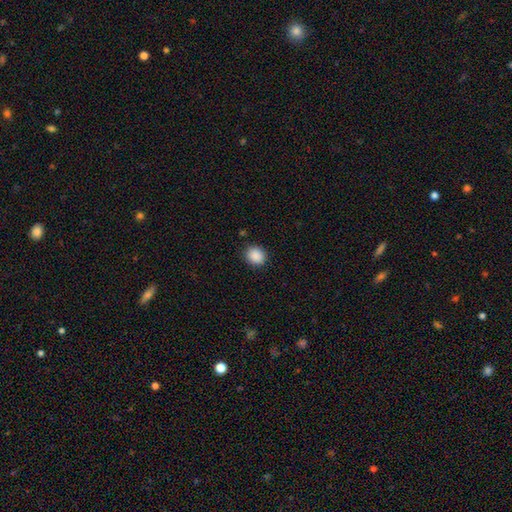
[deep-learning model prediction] smooth_or_featured: smooth (p=0.89) [alt: star or artifact p=0.09]
how_rounded: round (p=0.73) [alt: in between p=0.26]
merging: none (p=0.88) [alt: minor disturbance p=0.08]